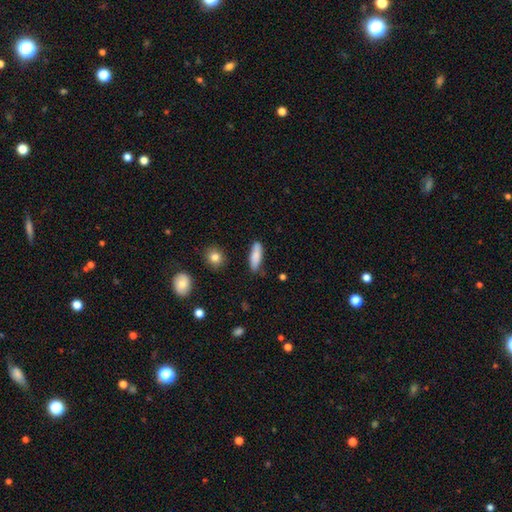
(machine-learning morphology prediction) smooth 84%, featured or disk 9%, star or artifact 7%. Down the decision tree: how rounded — cigar-shaped (51%); merging — none (80%).